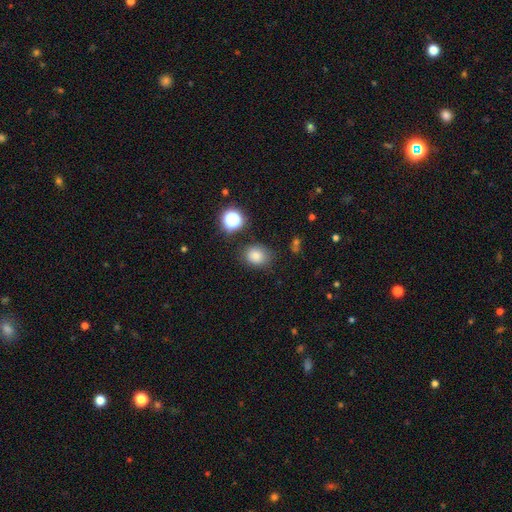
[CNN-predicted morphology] This appears to be a smooth galaxy with no disk features (81%) that is round (56%). Merging: none (77%).